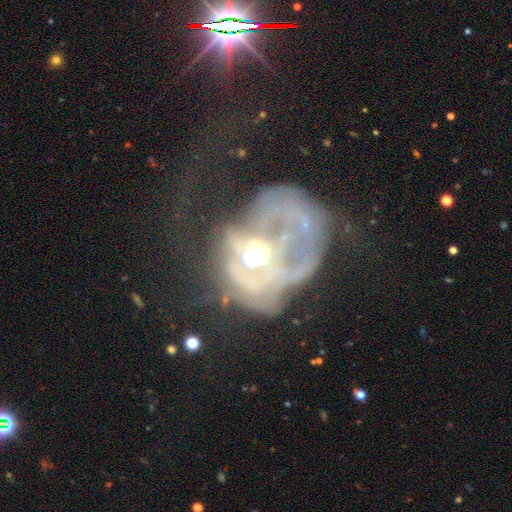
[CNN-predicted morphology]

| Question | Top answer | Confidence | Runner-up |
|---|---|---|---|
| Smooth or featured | featured or disk | 69% | smooth (19%) |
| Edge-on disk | no | 97% | yes (3%) |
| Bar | no | 75% | weak (18%) |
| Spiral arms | no | 67% | yes (33%) |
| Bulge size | moderate | 65% | large (17%) |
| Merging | major disturbance | 65% | none (15%) |